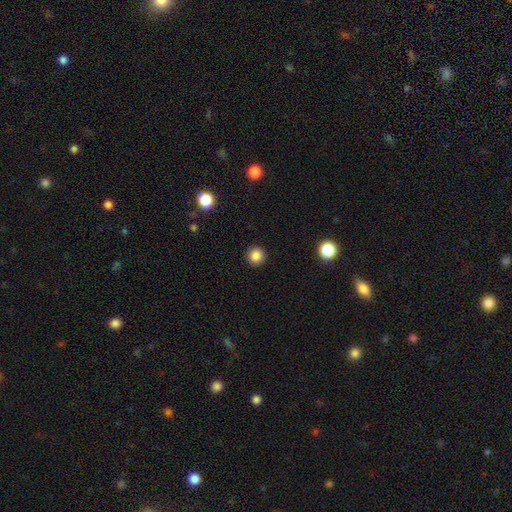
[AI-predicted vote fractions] Q: Smooth or featured?
A: smooth (85%); runner-up: star or artifact (11%)
Q: How rounded?
A: round (94%); runner-up: in between (5%)
Q: Merging?
A: none (93%); runner-up: minor disturbance (5%)